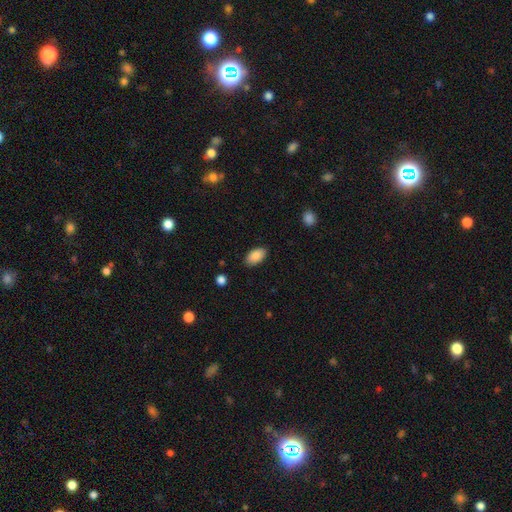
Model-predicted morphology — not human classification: This is clearly a smooth galaxy (89%). How rounded: clearly in between (94%). Merging: clearly none (86%).